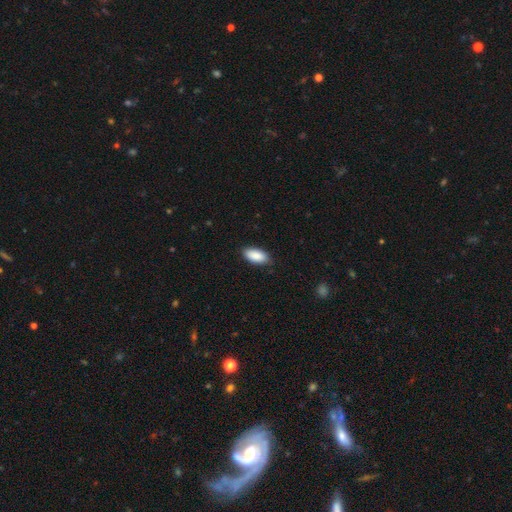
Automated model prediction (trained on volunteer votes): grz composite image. It shows a smooth galaxy with no disk features (89%) that is in between round and cigar-shaped (92%). Merging: none (85%).